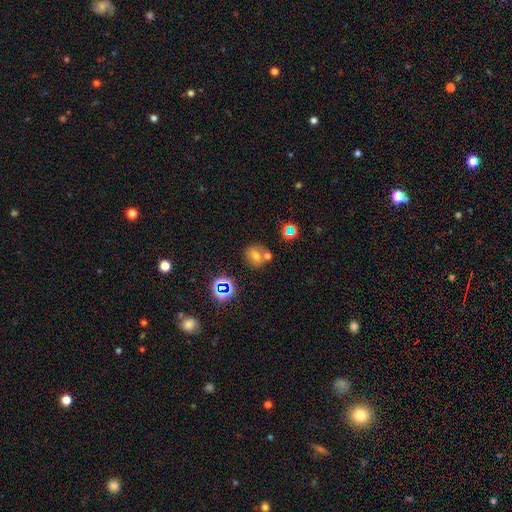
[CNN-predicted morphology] smooth 51%, star or artifact 30%, featured or disk 19%. Down the decision tree: how rounded — round (66%); merging — none (61%).